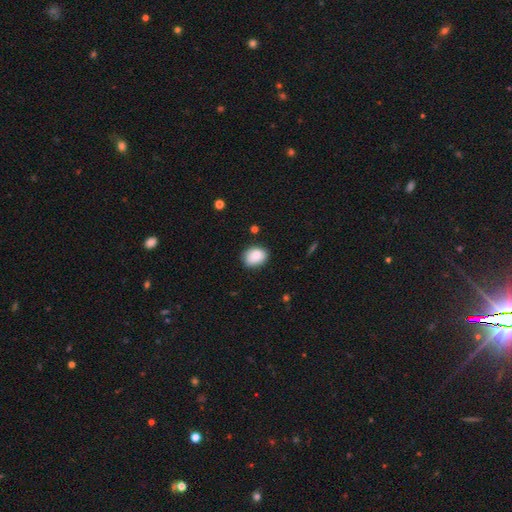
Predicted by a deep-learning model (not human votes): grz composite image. It shows a smooth galaxy with no disk features (83%) that is in between round and cigar-shaped (57%). Merging: none (77%).